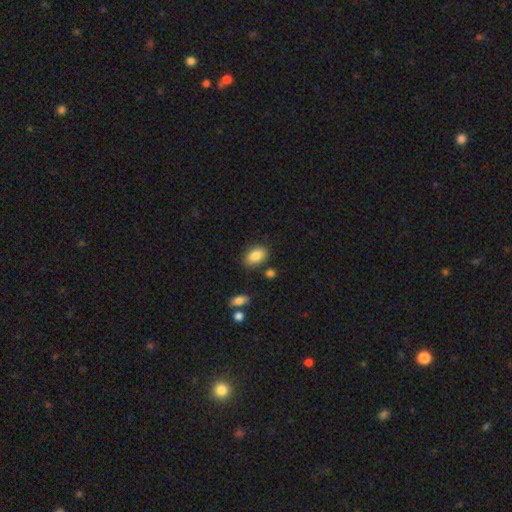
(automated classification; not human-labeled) A smooth galaxy with no disk features (85%) that is in between round and cigar-shaped (88%). Merging: none (80%).